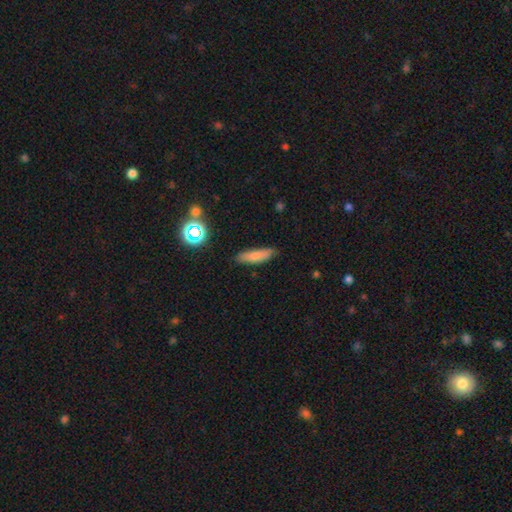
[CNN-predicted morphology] This is likely a smooth galaxy (78%). How rounded: likely cigar-shaped (62%). Merging: clearly none (82%).